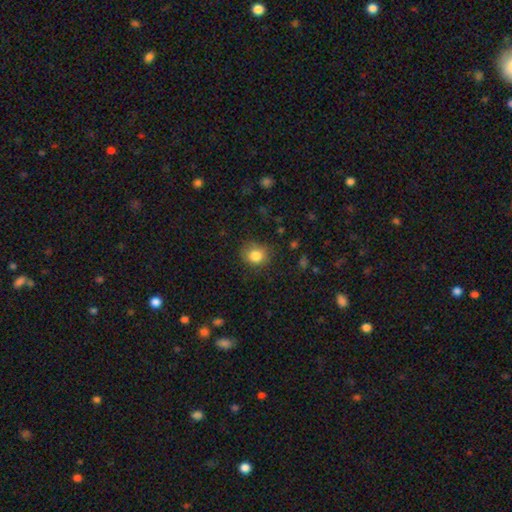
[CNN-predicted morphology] The model was most divided on "how rounded": round: 74%, in between: 25%, cigar-shaped: 1%. More confident: smooth or featured — smooth (84%); merging — none (74%).